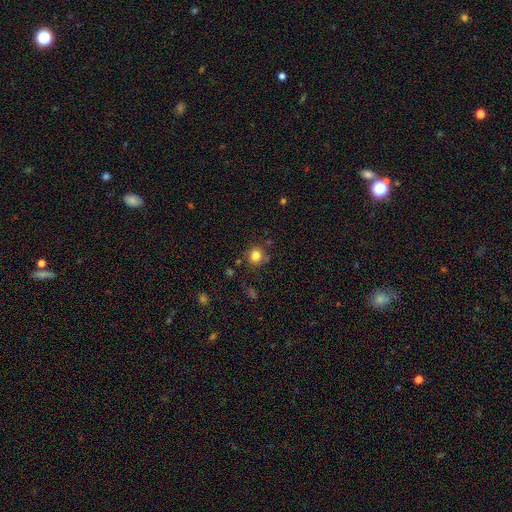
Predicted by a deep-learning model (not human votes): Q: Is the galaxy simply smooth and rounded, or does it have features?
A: smooth — 81%.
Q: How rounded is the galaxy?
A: round — 89%.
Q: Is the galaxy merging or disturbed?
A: none — 81%.